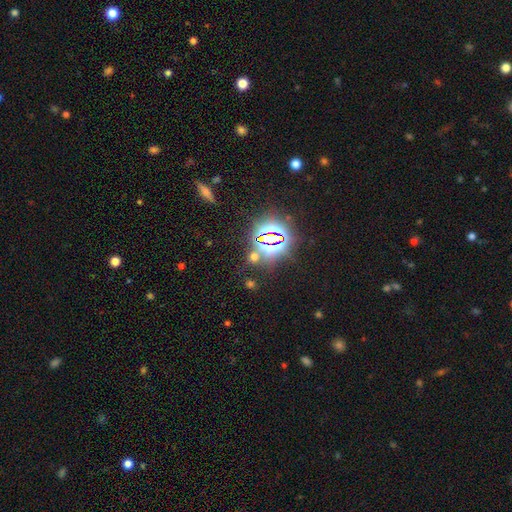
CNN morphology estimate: smooth_or_featured: star or artifact (p=0.78) [alt: smooth p=0.13]